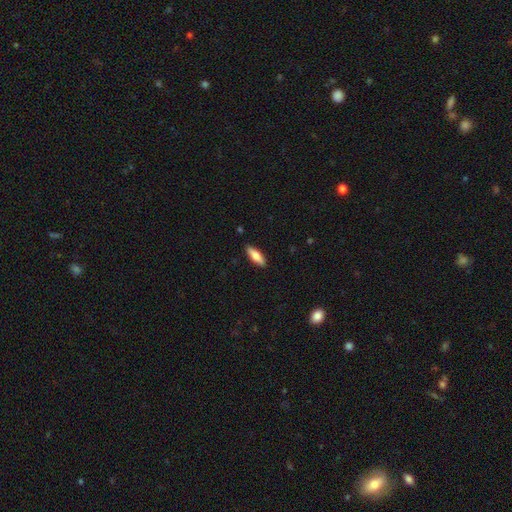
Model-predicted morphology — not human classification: Q: Smooth or featured?
A: smooth (69%); runner-up: featured or disk (26%)
Q: How rounded?
A: in between (52%); runner-up: cigar-shaped (46%)
Q: Merging?
A: none (89%); runner-up: minor disturbance (8%)